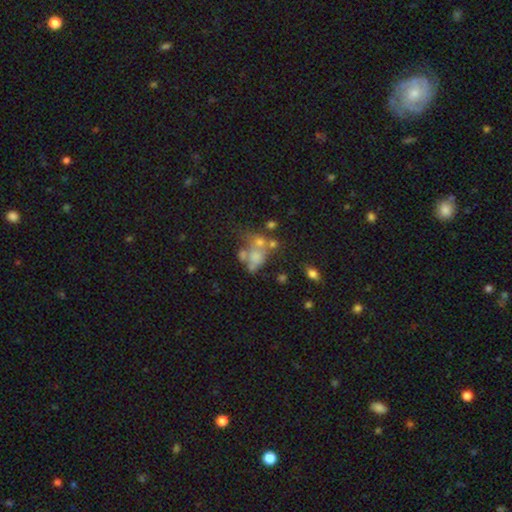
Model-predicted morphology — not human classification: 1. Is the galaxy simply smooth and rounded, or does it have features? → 51% smooth, 33% featured or disk, 16% star or artifact.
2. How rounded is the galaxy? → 57% in between, 41% round, 2% cigar-shaped.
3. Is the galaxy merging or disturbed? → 38% merger, 28% none, 19% major disturbance, 15% minor disturbance.